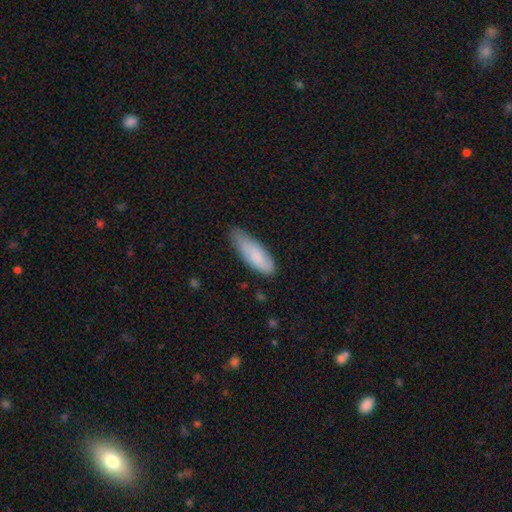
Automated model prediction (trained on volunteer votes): This is likely a smooth galaxy (80%). How rounded: likely in between (63%). Merging: possibly none (58%).